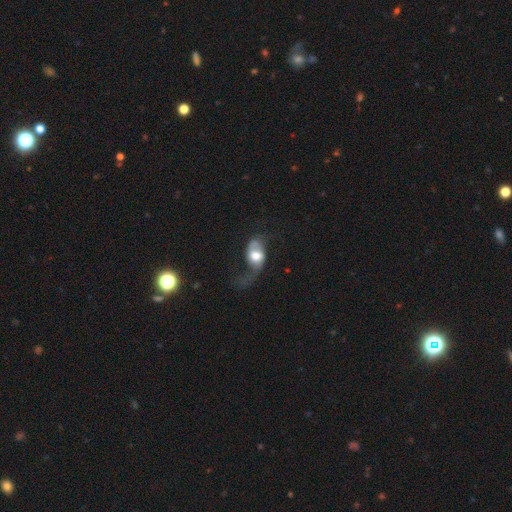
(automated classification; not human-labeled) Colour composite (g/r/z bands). It shows a smooth galaxy with no disk features (47%). Merging: major disturbance (52%).